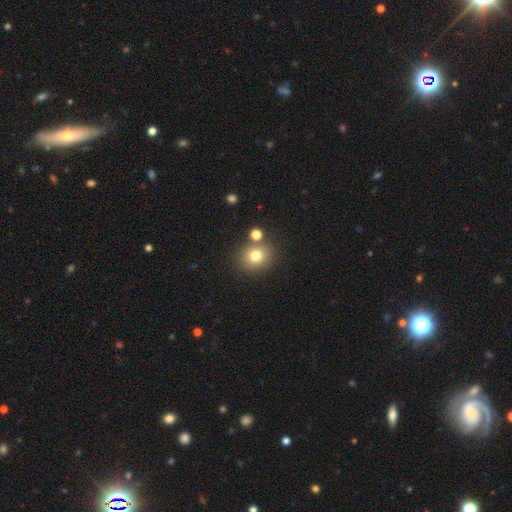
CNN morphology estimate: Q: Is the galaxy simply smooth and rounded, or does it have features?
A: smooth — 77%.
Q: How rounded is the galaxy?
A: round — 78%.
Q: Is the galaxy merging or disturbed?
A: none — 75%.